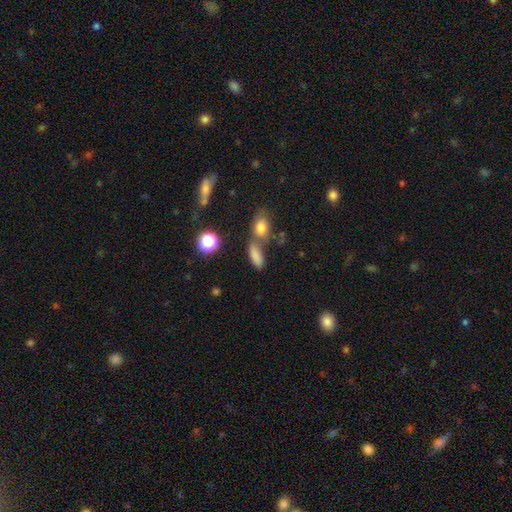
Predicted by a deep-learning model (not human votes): Smooth or featured? Predicted: smooth (p=0.80). How rounded? Predicted: in between (p=0.70). Merging? Predicted: none (p=0.54).